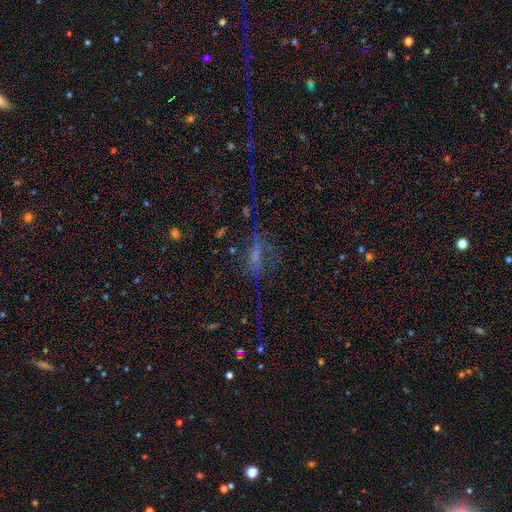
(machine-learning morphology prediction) Smooth or featured? star or artifact (35%)